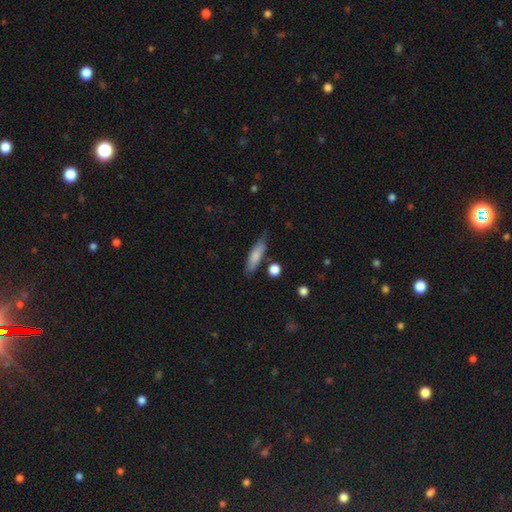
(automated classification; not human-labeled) Overall: smooth (78%). How rounded: cigar-shaped (60%; in between 38%). Merging: none (75%).